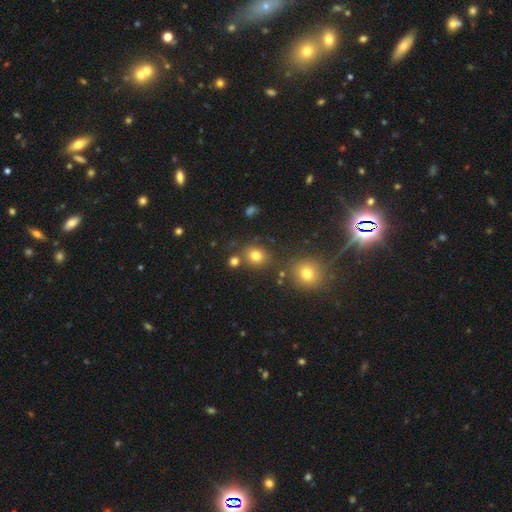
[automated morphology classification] Smooth or featured: smooth — 78% (star or artifact — 15%)
How rounded: round — 67% (in between — 32%)
Merging: none — 75% (merger — 11%)